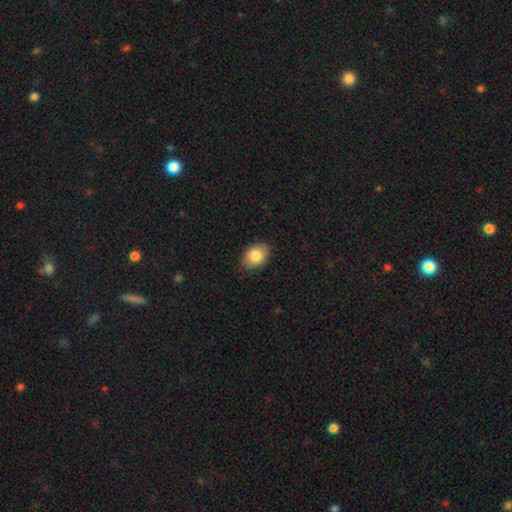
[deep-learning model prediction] Morphology: type=smooth (86%); roundness=in between (76%); merging=none (88%).